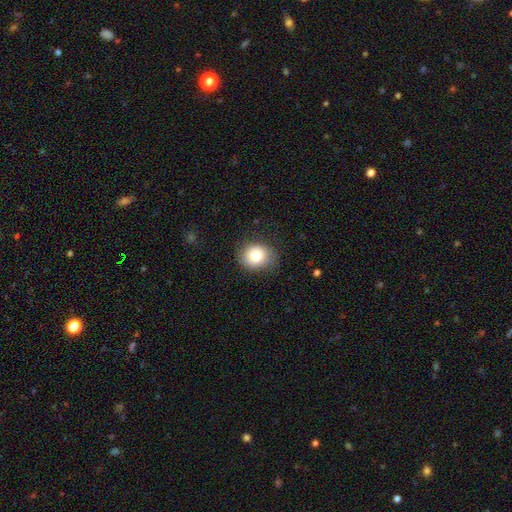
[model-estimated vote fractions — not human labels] Morphology: type=smooth (78%); roundness=round (69%); merging=none (81%).